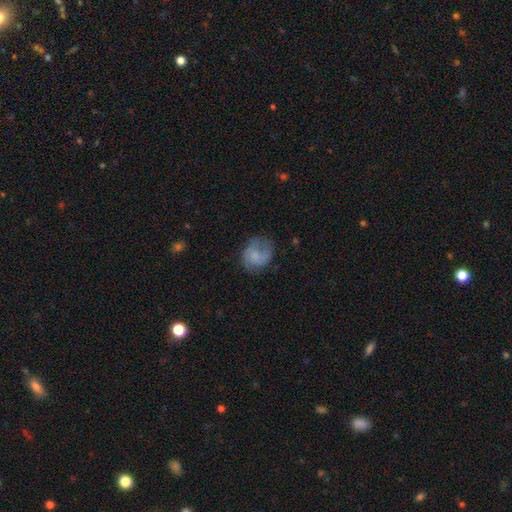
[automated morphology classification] The model was most divided on "smooth or featured": smooth: 56%, featured or disk: 35%, star or artifact: 8%. More confident: how rounded — round (62%); merging — none (54%).